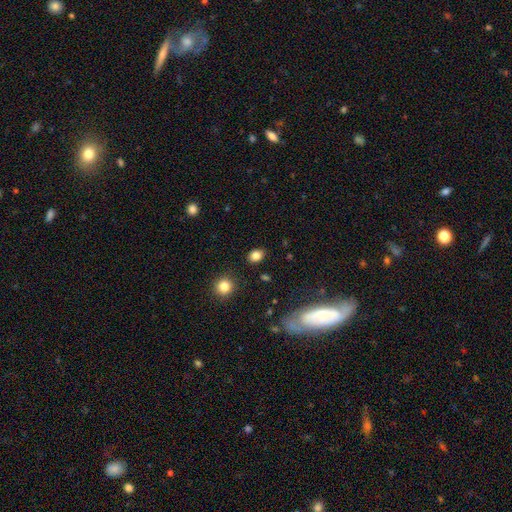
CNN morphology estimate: smooth 83%, star or artifact 12%, featured or disk 6%. Down the decision tree: how rounded — in between (57%); merging — none (86%).